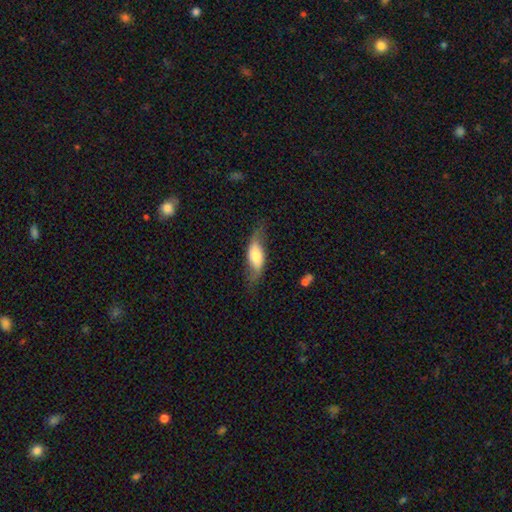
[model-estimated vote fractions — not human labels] Smooth or featured?
  - smooth: 52% *
  - featured or disk: 41%
  - star or artifact: 6%
How rounded?
  - in between: 69% *
  - cigar-shaped: 27%
  - round: 3%
Merging?
  - none: 63% *
  - minor disturbance: 25%
  - major disturbance: 10%
  - merger: 2%